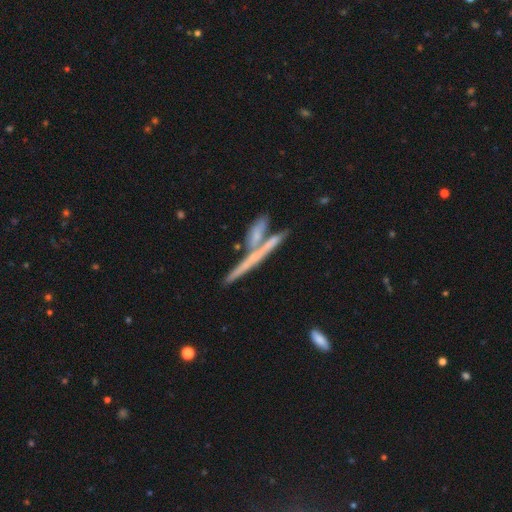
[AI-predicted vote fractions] The model was most divided on "smooth or featured": featured or disk: 57%, smooth: 34%, star or artifact: 10%. More confident: edge-on disk — yes (90%); edge-on bulge — none (80%); merging — none (55%).